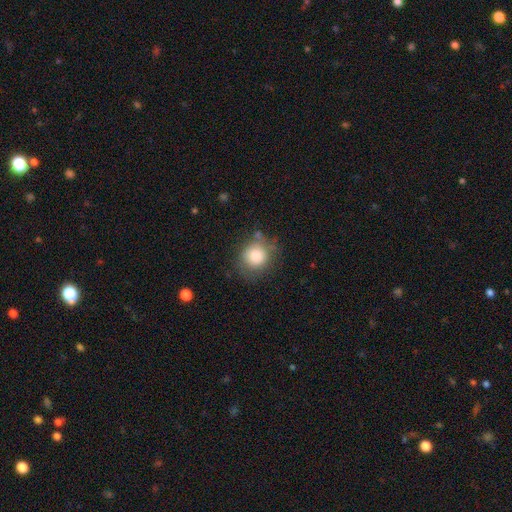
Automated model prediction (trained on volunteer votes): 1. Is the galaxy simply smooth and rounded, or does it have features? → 80% smooth, 11% featured or disk, 9% star or artifact.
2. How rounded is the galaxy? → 84% round, 15% in between, 1% cigar-shaped.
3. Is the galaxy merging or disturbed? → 69% none, 20% minor disturbance, 7% major disturbance, 4% merger.